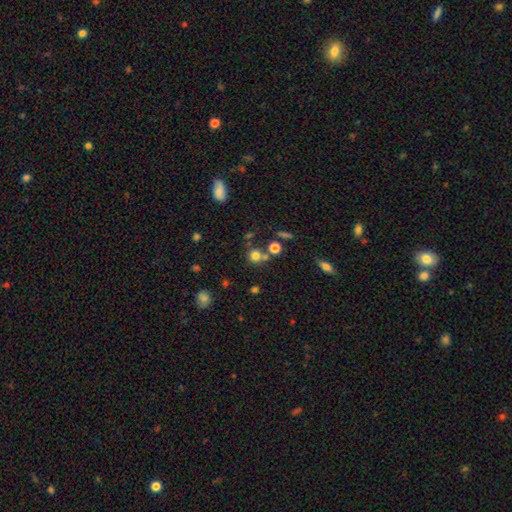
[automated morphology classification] Overall: smooth (75%). How rounded: round (89%). Merging: none (62%; merger 25%).